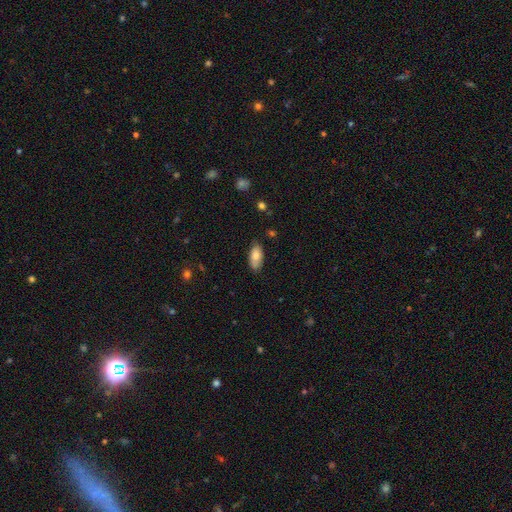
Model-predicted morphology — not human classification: Smooth or featured? smooth (78%)
How rounded? in between (91%)
Merging? none (76%)